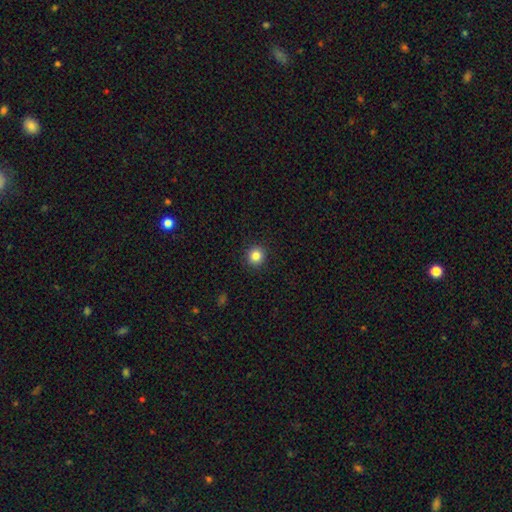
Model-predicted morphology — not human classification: Smooth or featured: smooth — 85% (star or artifact — 11%)
How rounded: round — 93% (in between — 6%)
Merging: none — 92% (minor disturbance — 5%)